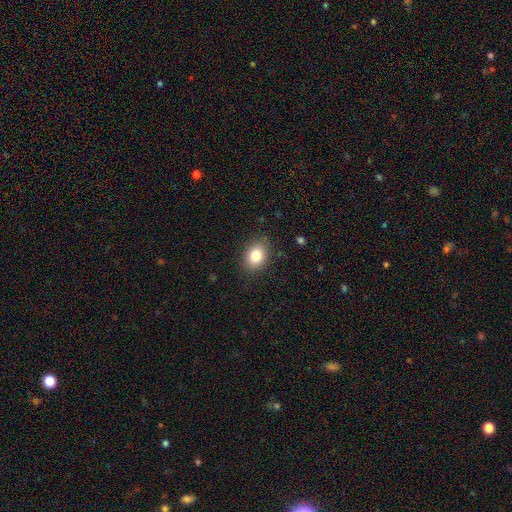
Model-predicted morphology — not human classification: smooth-or-featured: smooth: 82% | star or artifact: 9% | featured or disk: 8%
  how-rounded: in between: 67% | round: 32% | cigar-shaped: 1%
  merging: none: 85% | minor disturbance: 11% | major disturbance: 3% | merger: 1%